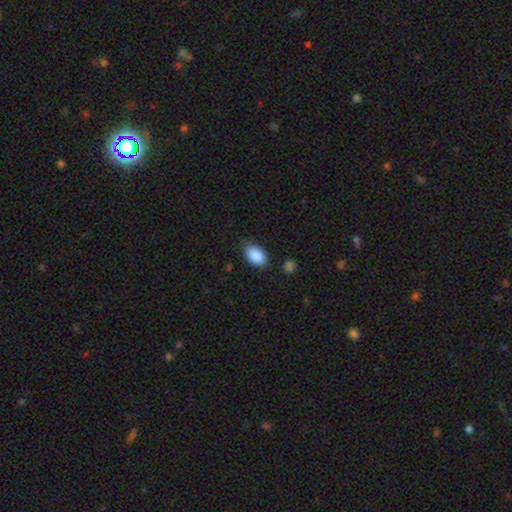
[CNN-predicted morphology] Smooth or featured? Predicted: smooth (p=0.89). How rounded? Predicted: in between (p=0.92). Merging? Predicted: none (p=0.69).